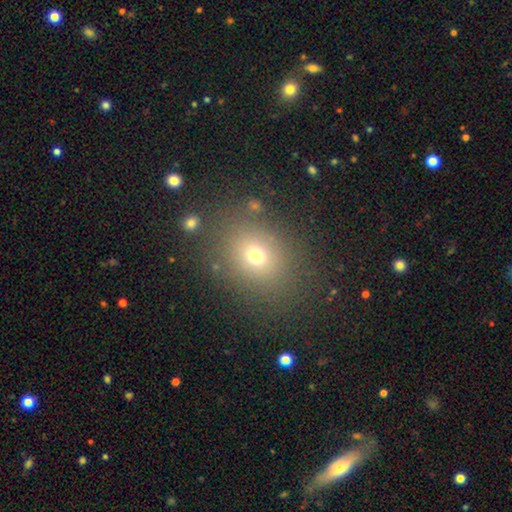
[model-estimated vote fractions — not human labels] Morphology: type=smooth (70%); roundness=round (55%); merging=none (81%).